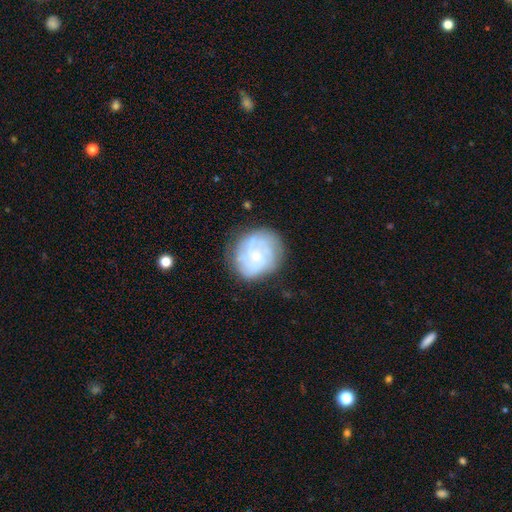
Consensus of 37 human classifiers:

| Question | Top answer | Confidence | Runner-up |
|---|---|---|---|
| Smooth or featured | featured or disk | 76% | smooth (19%) |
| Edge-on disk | no | 100% | — |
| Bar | no | 71% | weak (25%) |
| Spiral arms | yes | 86% | no (14%) |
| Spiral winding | tight | 46% | medium (33%) |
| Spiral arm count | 3 | 33% | can't tell (29%) |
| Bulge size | small | 75% | moderate (21%) |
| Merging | none | 57% | minor disturbance (34%) |